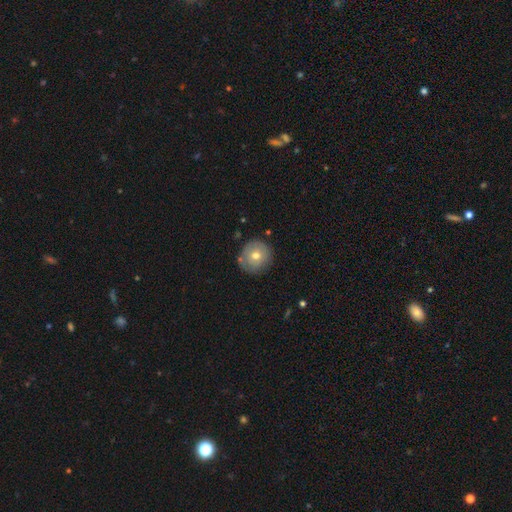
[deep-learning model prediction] smooth 65%, featured or disk 26%, star or artifact 8%. Down the decision tree: how rounded — round (94%); merging — none (81%).